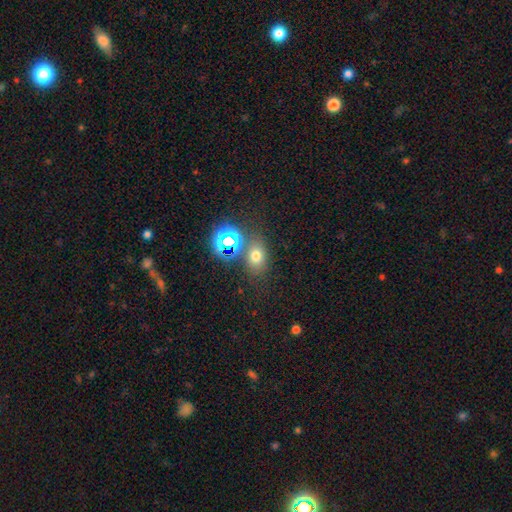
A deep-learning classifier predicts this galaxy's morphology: Smooth or featured? Predicted: smooth (p=0.64). How rounded? Predicted: in between (p=0.62). Merging? Predicted: none (p=0.73).